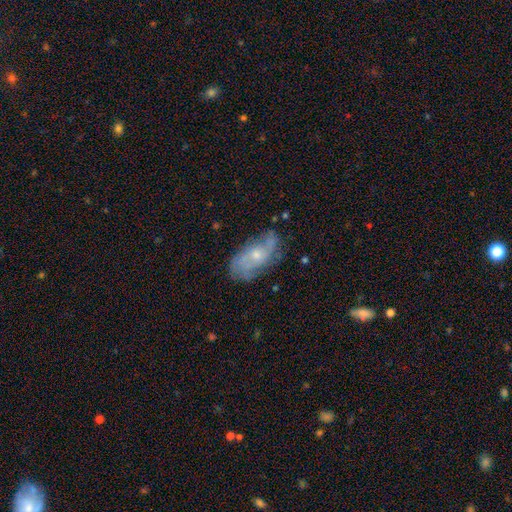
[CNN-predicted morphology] type=featured or disk (71%); edge-on=no (94%); bar=no (74%); spiral arms=yes (85%); winding=medium (42%); arm count=2 (45%); bulge=small (55%); merging=none (64%).